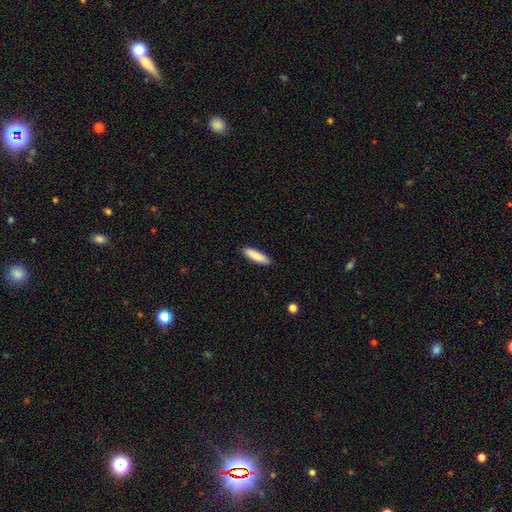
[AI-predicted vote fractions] This appears to be a smooth galaxy with no disk features (88%) that is cigar-shaped (66%). Merging: none (89%).